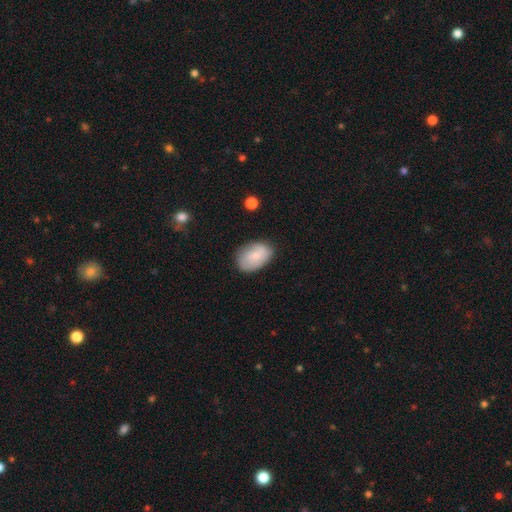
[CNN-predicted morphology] smooth-or-featured: smooth: 70% | featured or disk: 23% | star or artifact: 7%
  how-rounded: in between: 82% | round: 17% | cigar-shaped: 1%
  merging: none: 73% | minor disturbance: 21% | major disturbance: 5% | merger: 2%